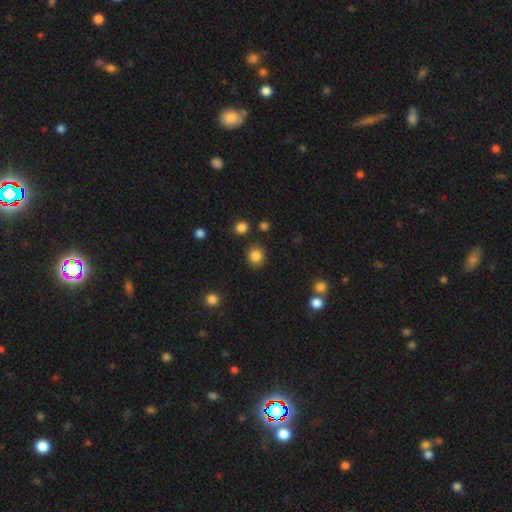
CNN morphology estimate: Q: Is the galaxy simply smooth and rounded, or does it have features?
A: smooth — 85%.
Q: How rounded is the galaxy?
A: round — 80%.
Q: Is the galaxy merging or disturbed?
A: none — 84%.